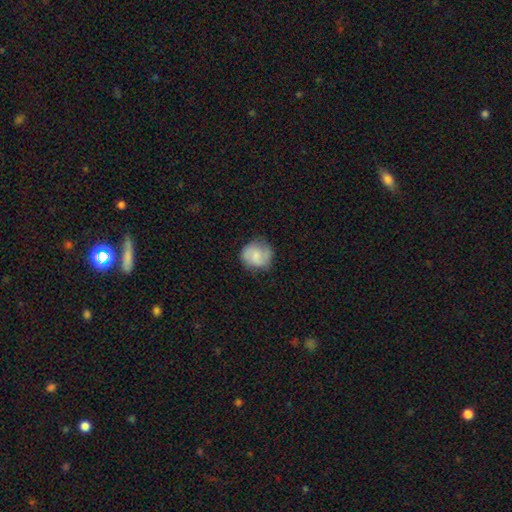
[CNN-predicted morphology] Smooth or featured?
  - smooth: 69% *
  - featured or disk: 24%
  - star or artifact: 7%
How rounded?
  - round: 82% *
  - in between: 17%
  - cigar-shaped: 1%
Merging?
  - none: 71% *
  - minor disturbance: 21%
  - major disturbance: 6%
  - merger: 1%